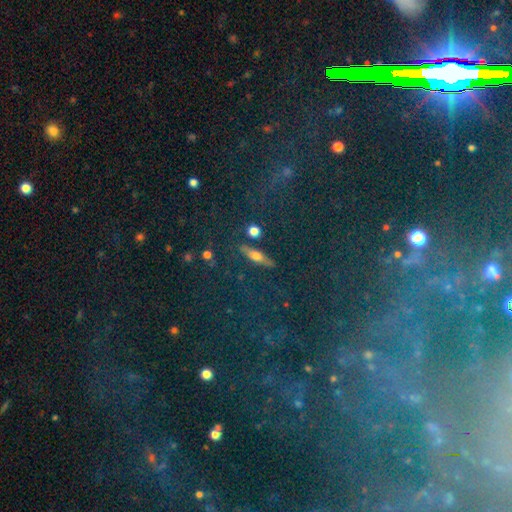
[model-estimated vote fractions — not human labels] Smooth or featured: smooth — 47% (featured or disk — 34%)
Merging: none — 82% (minor disturbance — 10%)